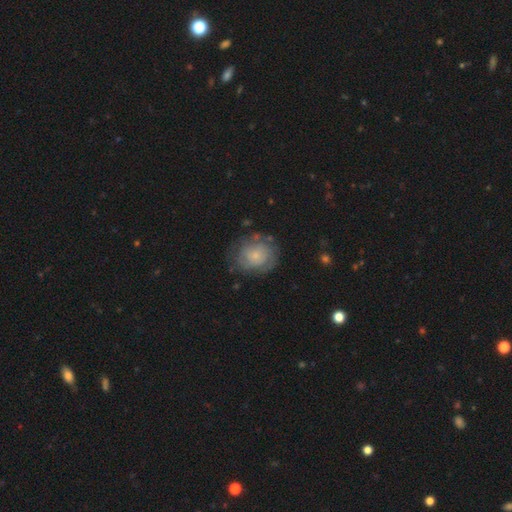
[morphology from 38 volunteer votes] This is possibly a featured or disk galaxy (53%). It is clearly not viewed edge-on (100%). Bar: clearly no (80%). Spiral arm pattern: clearly yes (80%). Spiral arm count: likely can't tell (69%). Spiral winding: likely tight (62%). Central bulge: clearly small (80%). Merging: likely none (63%).